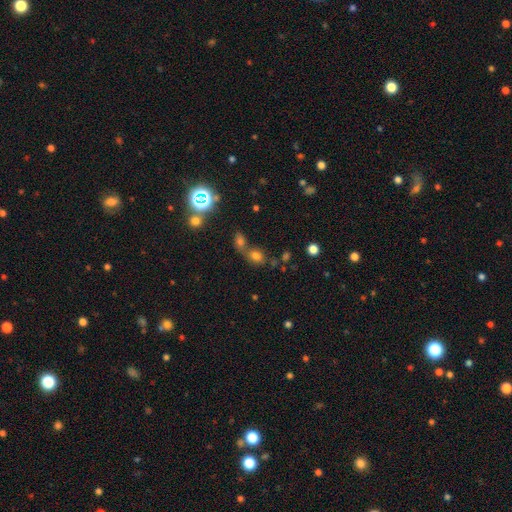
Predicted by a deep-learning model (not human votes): Smooth or featured?
  - smooth: 69% *
  - star or artifact: 21%
  - featured or disk: 10%
How rounded?
  - in between: 58% *
  - round: 40%
  - cigar-shaped: 2%
Merging?
  - merger: 44% *
  - none: 42%
  - minor disturbance: 9%
  - major disturbance: 5%